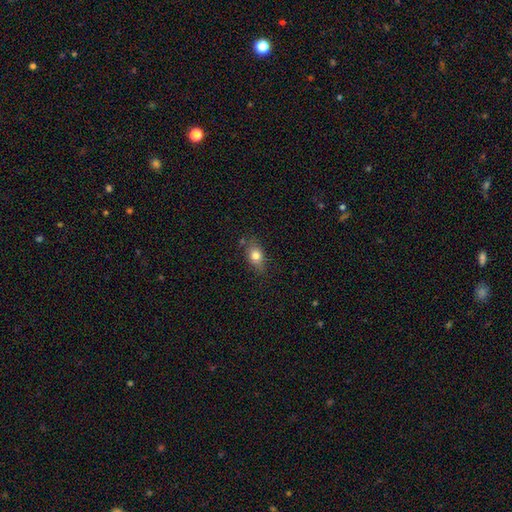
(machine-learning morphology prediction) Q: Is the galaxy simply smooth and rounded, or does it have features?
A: smooth — 78%.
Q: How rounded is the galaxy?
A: in between — 74%.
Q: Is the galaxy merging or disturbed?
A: none — 74%.